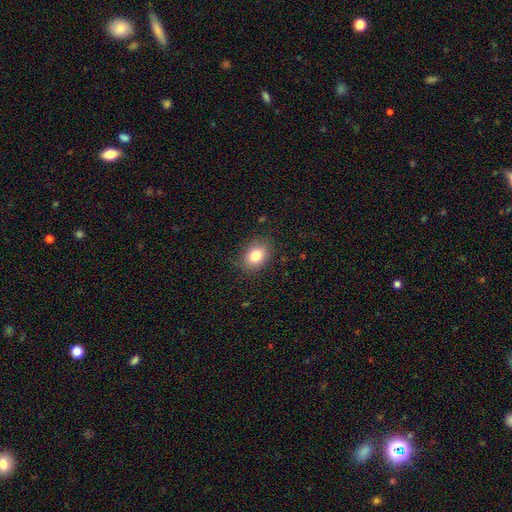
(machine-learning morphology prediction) Overall: smooth (81%). How rounded: in between (61%; round 38%). Merging: none (85%).